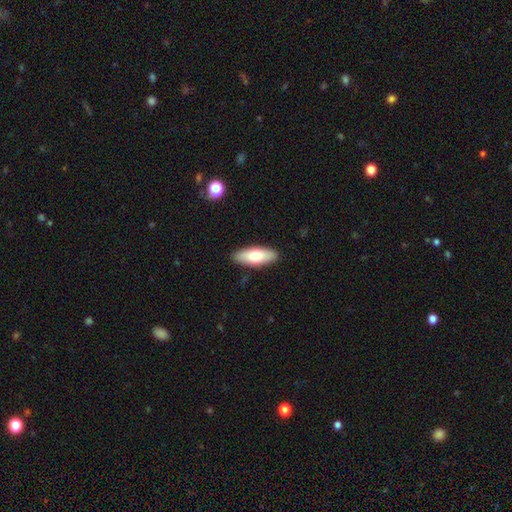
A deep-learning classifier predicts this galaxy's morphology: type=smooth (72%); roundness=in between (71%); merging=none (89%).